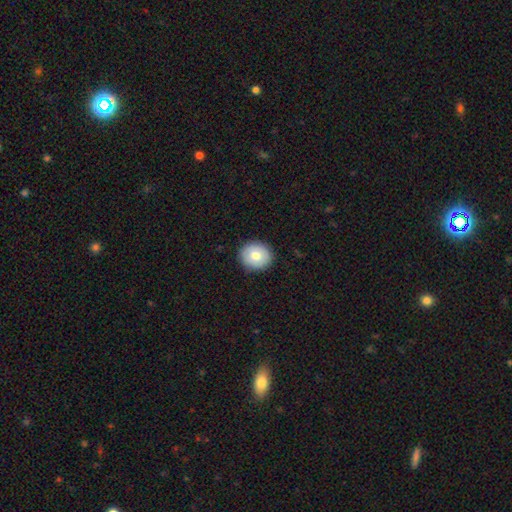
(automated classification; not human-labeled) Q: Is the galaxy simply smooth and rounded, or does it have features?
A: smooth — 75%.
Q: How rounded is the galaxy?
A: round — 79%.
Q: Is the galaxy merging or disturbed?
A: none — 90%.